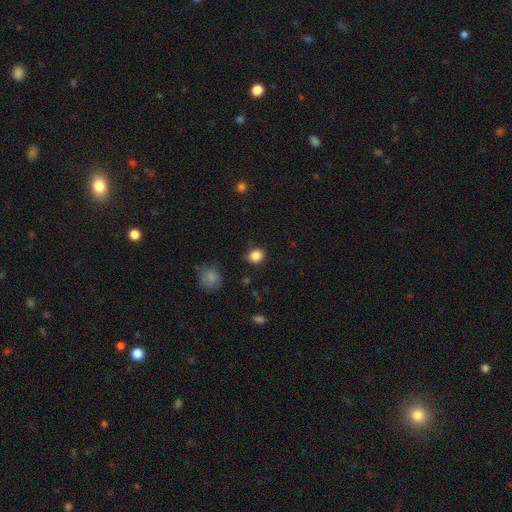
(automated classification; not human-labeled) This appears to be a smooth galaxy with no disk features (85%) that is round (80%). Merging: none (88%).